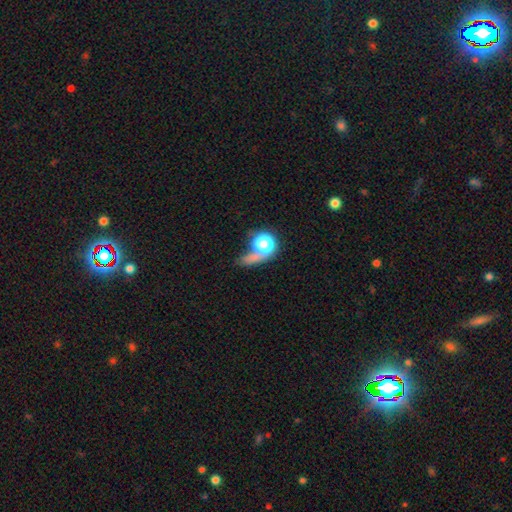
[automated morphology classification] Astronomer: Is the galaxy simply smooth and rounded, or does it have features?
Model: smooth — 59%.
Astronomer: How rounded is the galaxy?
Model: round — 61%.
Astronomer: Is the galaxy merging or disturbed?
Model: none — 42% (runner-up: merger, 23%).